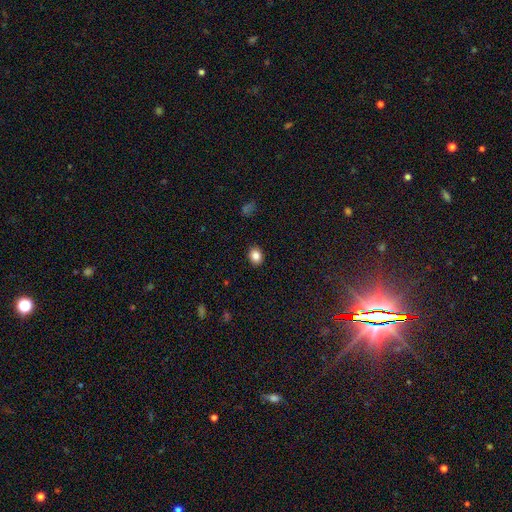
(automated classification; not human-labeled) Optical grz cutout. It shows a smooth galaxy with no disk features (85%) that is in between round and cigar-shaped (52%). Merging: none (89%).